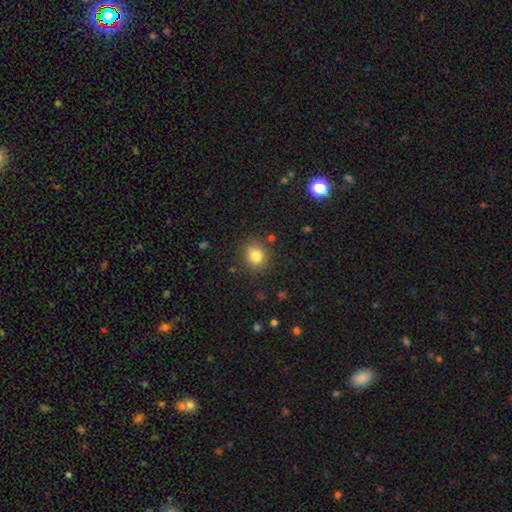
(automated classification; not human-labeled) Smooth or featured? smooth (81%)
How rounded? round (76%)
Merging? none (86%)